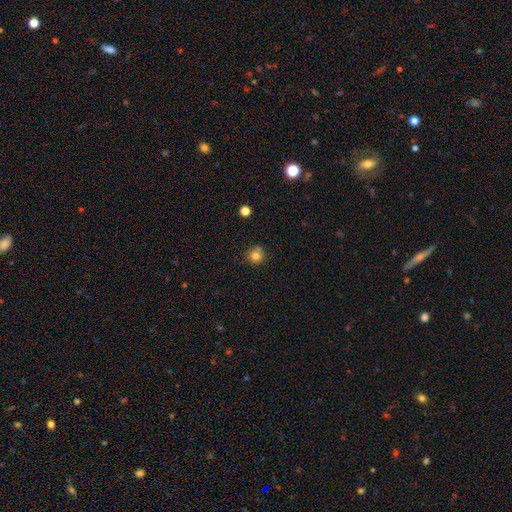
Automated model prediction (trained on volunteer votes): Smooth or featured: smooth — 80% (star or artifact — 12%)
How rounded: round — 91% (in between — 9%)
Merging: none — 76% (minor disturbance — 15%)